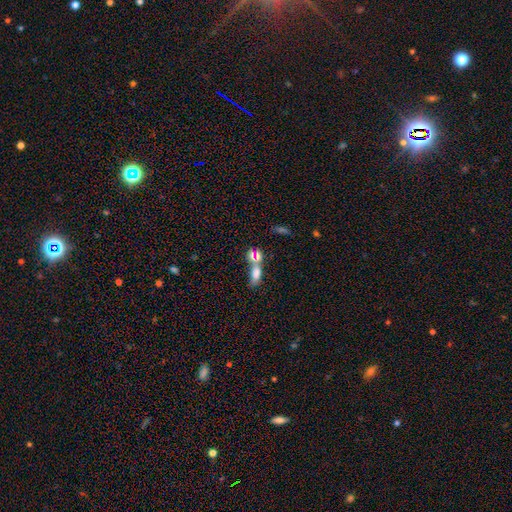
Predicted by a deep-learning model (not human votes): Morphology: type=smooth (66%); roundness=in between (62%); merging=merger (51%).